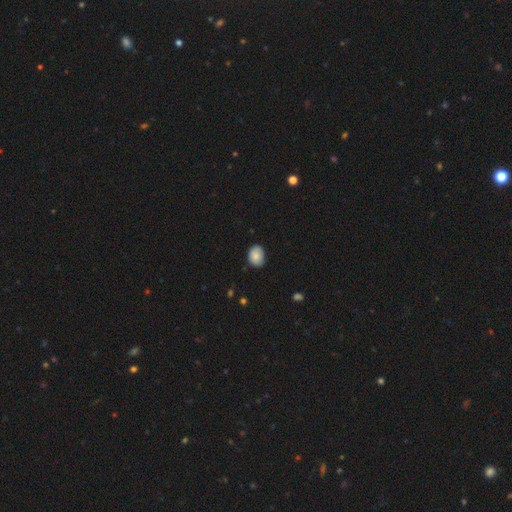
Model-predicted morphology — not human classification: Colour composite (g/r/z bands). It shows a smooth galaxy with no disk features (86%) that is in between round and cigar-shaped (69%). Merging: none (82%).